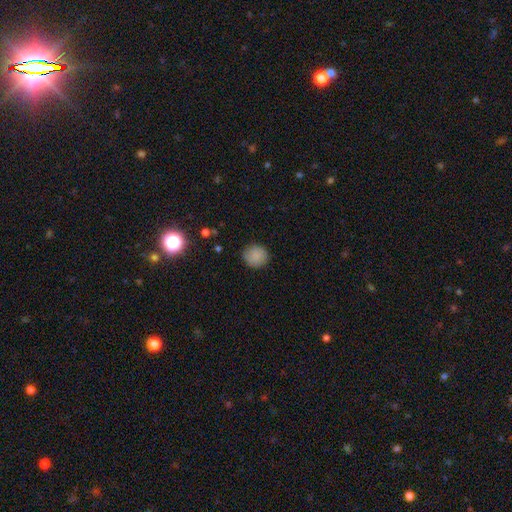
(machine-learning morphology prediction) A smooth galaxy with no disk features (86%) that is round (88%).

Vote fractions:
- Smooth or featured? smooth: 86% / star or artifact: 9% / featured or disk: 5%
- How rounded? round: 88% / in between: 11% / cigar-shaped: 1%
- Merging? none: 86% / minor disturbance: 10% / major disturbance: 2% / merger: 1%